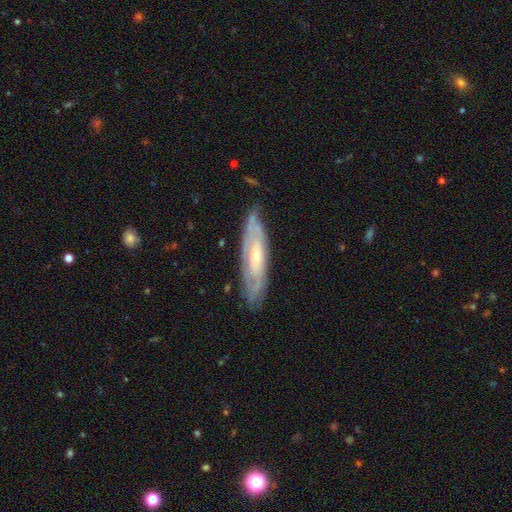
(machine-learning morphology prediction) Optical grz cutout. It shows a featured or disk galaxy (77%) with no bar (57%), spiral arms (87%) and a small central bulge (62%). Merging: none (76%).